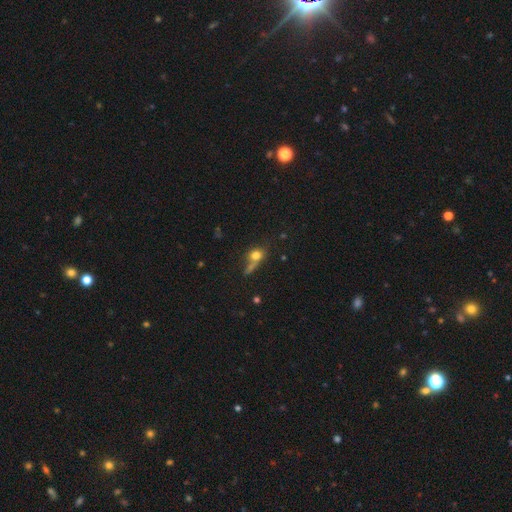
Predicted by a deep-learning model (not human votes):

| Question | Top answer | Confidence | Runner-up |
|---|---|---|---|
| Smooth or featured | smooth | 71% | featured or disk (15%) |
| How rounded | round | 54% | in between (38%) |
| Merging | none | 43% | merger (27%) |